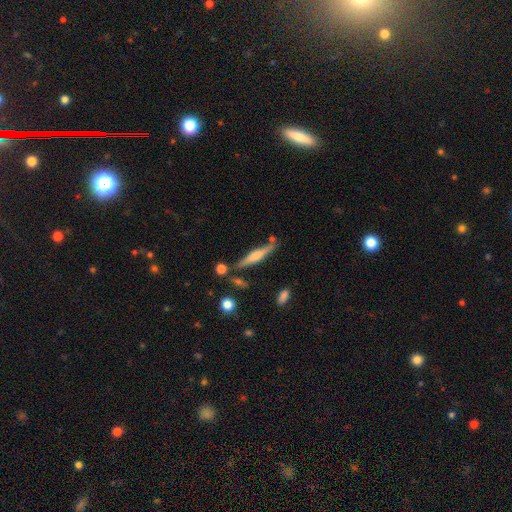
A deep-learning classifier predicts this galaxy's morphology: Smooth or featured? featured or disk (55%)
Edge-on disk? yes (96%)
Edge-on bulge? rounded (62%)
Merging? none (77%)